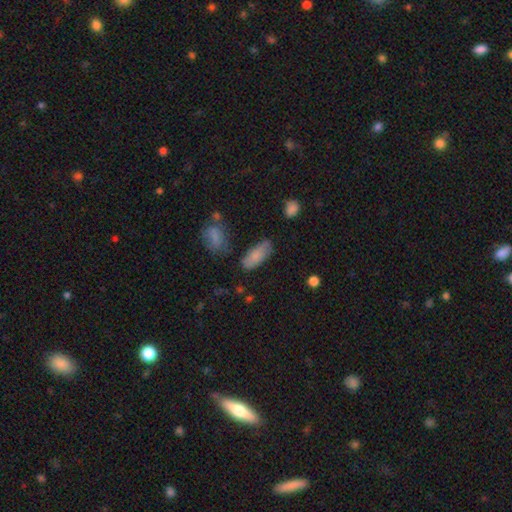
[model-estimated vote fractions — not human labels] A smooth galaxy with no disk features (79%) that is in between round and cigar-shaped (85%).

Vote fractions:
- Smooth or featured? smooth: 79% / featured or disk: 14% / star or artifact: 7%
- How rounded? in between: 85% / cigar-shaped: 12% / round: 3%
- Merging? none: 66% / minor disturbance: 23% / major disturbance: 6% / merger: 5%